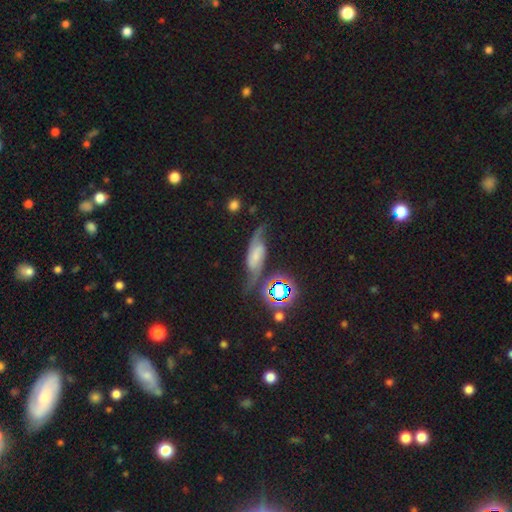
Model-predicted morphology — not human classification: Smooth or featured?
  - featured or disk: 70% *
  - smooth: 18%
  - star or artifact: 12%
Edge-on disk?
  - no: 87% *
  - yes: 13%
Bar?
  - no: 43% *
  - weak: 35%
  - strong: 22%
Spiral arms?
  - yes: 95% *
  - no: 5%
Spiral winding?
  - loose: 63% *
  - medium: 28%
  - tight: 10%
Spiral arm count?
  - 2: 91% *
  - can't tell: 3%
  - 1: 2%
  - 3: 1%
  - 4: 1%
  - more than 4: 1%
Bulge size?
  - small: 33% *
  - none: 31%
  - moderate: 20%
  - large: 11%
  - dominant: 5%
Merging?
  - none: 58% *
  - minor disturbance: 22%
  - major disturbance: 13%
  - merger: 6%